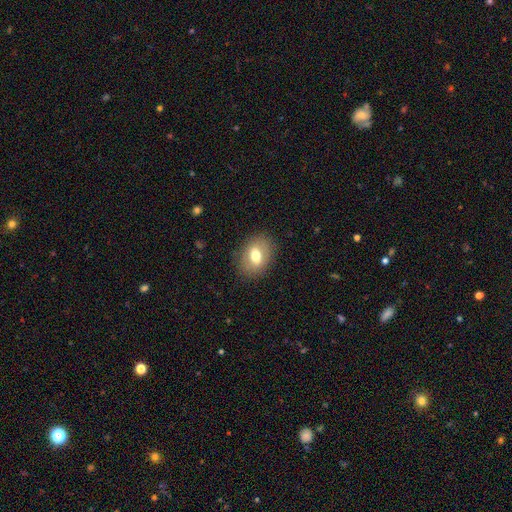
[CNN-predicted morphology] Smooth or featured? smooth (70%)
How rounded? in between (73%)
Merging? none (85%)